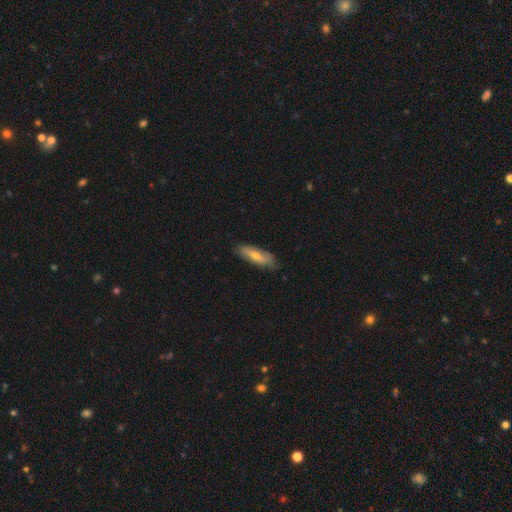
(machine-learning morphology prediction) A smooth galaxy with no disk features (51%) that is cigar-shaped (54%). Merging: none (80%).